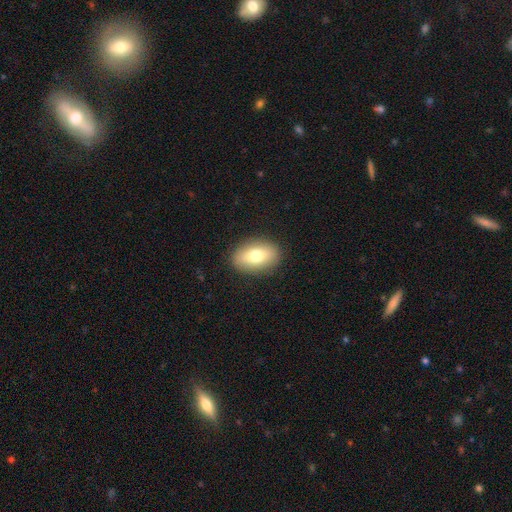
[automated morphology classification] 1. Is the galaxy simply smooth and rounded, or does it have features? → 75% smooth, 17% featured or disk, 8% star or artifact.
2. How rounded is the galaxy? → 86% in between, 12% round, 2% cigar-shaped.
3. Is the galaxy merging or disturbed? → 89% none, 8% minor disturbance, 2% major disturbance, 1% merger.